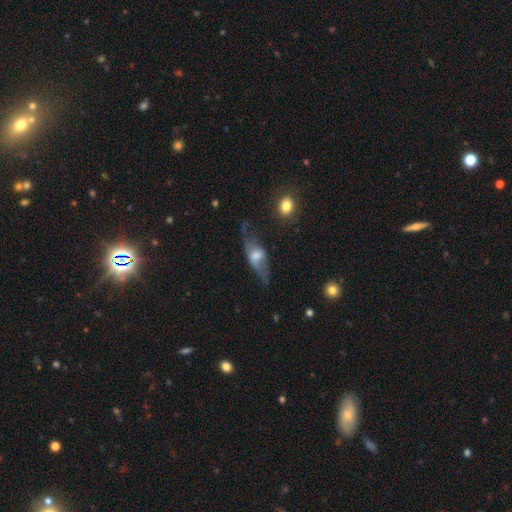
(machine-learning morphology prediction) A featured or disk galaxy (62%) viewed edge-on (62%).

Vote fractions:
- Smooth or featured? featured or disk: 62% / smooth: 30% / star or artifact: 8%
- Edge-on disk? yes: 62% / no: 38%
- Merging? none: 54% / minor disturbance: 25% / major disturbance: 18% / merger: 3%